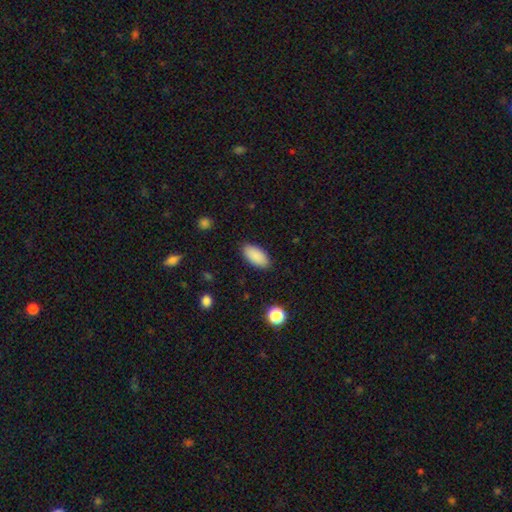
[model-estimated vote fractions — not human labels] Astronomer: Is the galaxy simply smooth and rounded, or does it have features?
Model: smooth — 90%.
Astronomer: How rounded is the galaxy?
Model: in between — 93%.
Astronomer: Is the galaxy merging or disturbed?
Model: none — 88%.